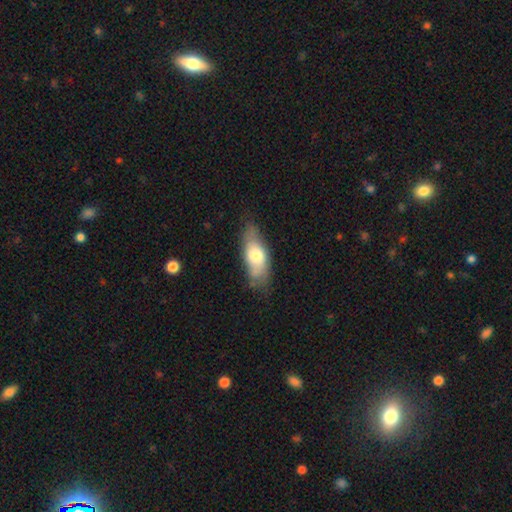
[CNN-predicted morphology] A smooth galaxy with no disk features (66%) that is in between round and cigar-shaped (81%). Merging: none (64%).